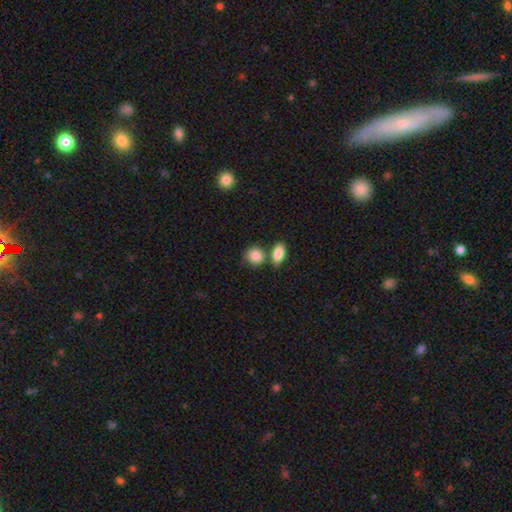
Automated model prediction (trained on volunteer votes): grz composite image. It shows a smooth galaxy with no disk features (85%) that is round (67%). Merging: none (55%).